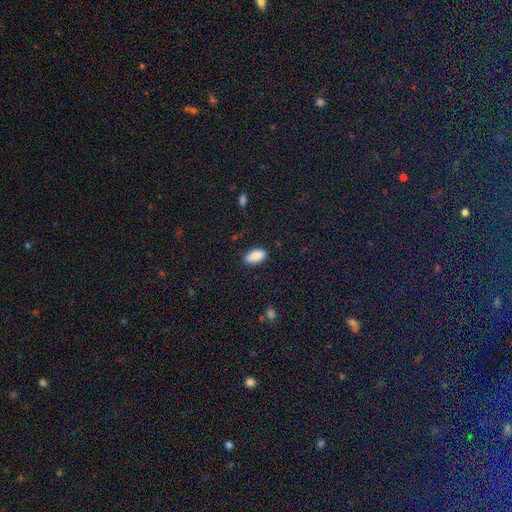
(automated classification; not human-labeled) The model was most divided on "merging": none: 85%, minor disturbance: 11%, major disturbance: 3%, merger: 1%. More confident: how rounded — in between (93%); smooth or featured — smooth (89%).